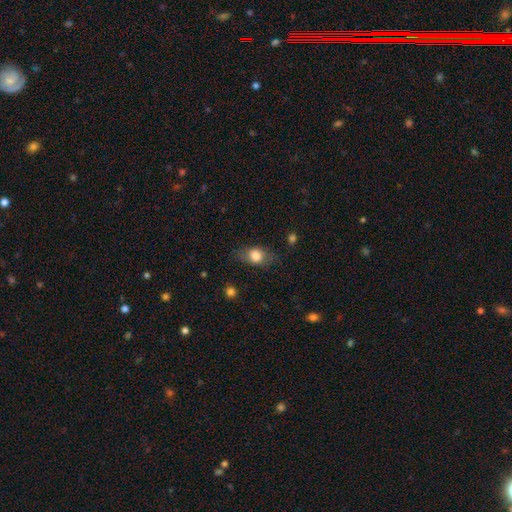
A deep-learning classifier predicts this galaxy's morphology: A smooth galaxy with no disk features (77%) that is in between round and cigar-shaped (69%).

Vote fractions:
- Smooth or featured? smooth: 77% / featured or disk: 15% / star or artifact: 8%
- How rounded? in between: 69% / round: 27% / cigar-shaped: 4%
- Merging? none: 70% / minor disturbance: 21% / major disturbance: 8% / merger: 2%